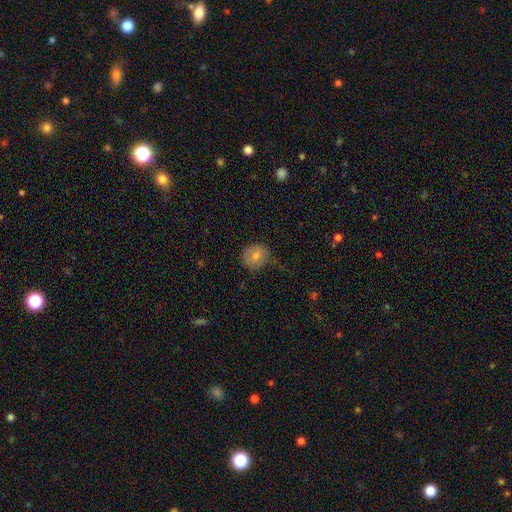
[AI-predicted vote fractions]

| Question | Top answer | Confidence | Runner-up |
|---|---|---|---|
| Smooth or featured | smooth | 68% | featured or disk (20%) |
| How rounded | round | 82% | in between (17%) |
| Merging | none | 71% | minor disturbance (22%) |